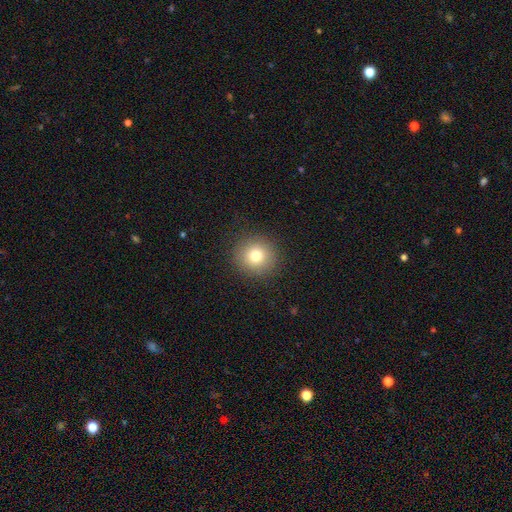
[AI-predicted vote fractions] Smooth or featured: smooth — 77% (star or artifact — 12%)
How rounded: round — 93% (in between — 6%)
Merging: none — 90% (minor disturbance — 6%)